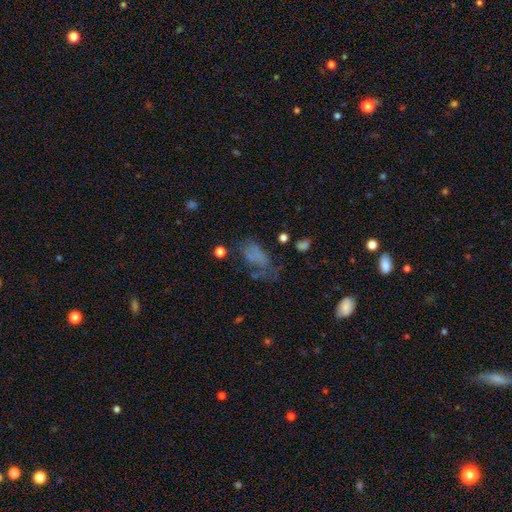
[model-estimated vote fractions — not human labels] Smooth or featured? smooth (53%)
How rounded? in between (88%)
Merging? major disturbance (37%)